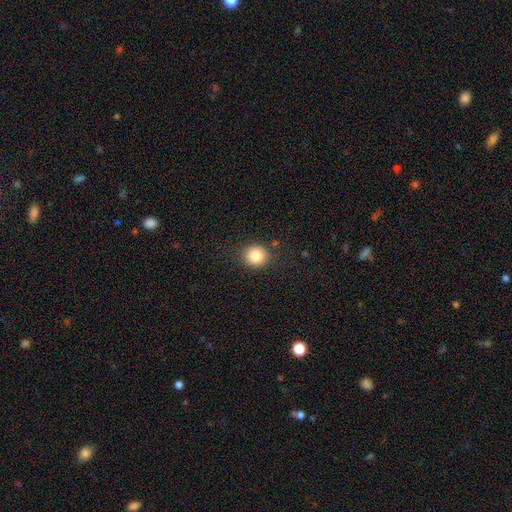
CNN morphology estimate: smooth_or_featured: smooth (p=0.84) [alt: star or artifact p=0.10]
how_rounded: round (p=0.88) [alt: in between p=0.11]
merging: none (p=0.87) [alt: minor disturbance p=0.09]